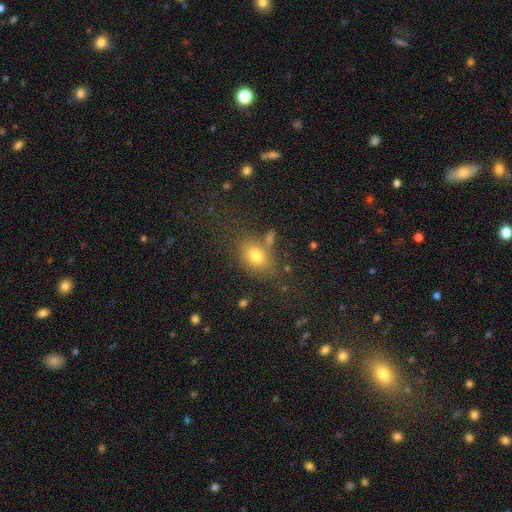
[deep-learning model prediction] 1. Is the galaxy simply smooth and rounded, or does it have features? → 76% smooth, 12% star or artifact, 11% featured or disk.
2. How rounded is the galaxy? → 75% in between, 23% round, 2% cigar-shaped.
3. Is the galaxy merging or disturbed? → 68% none, 15% minor disturbance, 10% merger, 6% major disturbance.